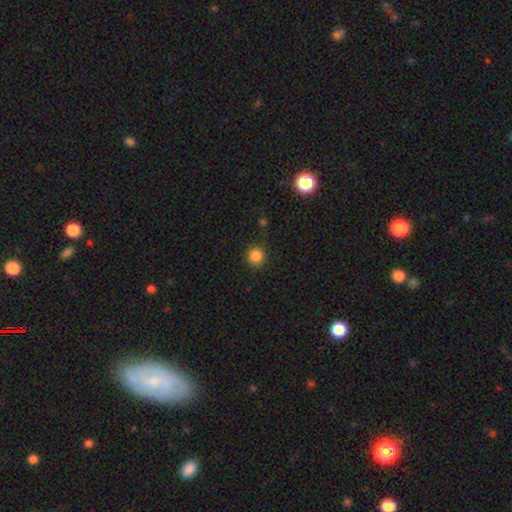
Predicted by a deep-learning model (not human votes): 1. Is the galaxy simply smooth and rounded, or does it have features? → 85% smooth, 12% star or artifact, 3% featured or disk.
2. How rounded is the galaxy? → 93% round, 6% in between, 1% cigar-shaped.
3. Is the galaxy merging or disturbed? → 88% none, 8% minor disturbance, 3% major disturbance, 2% merger.